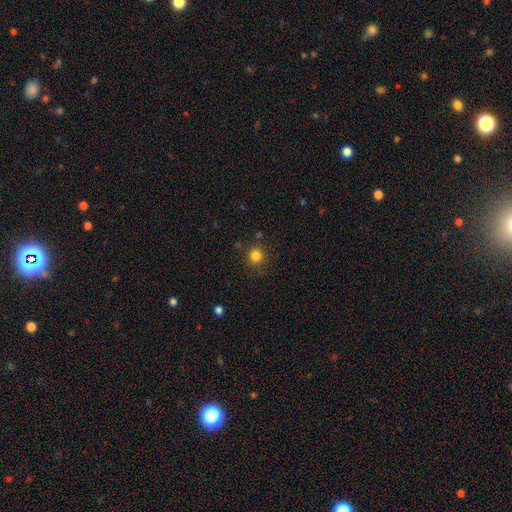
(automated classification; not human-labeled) This appears to be a smooth galaxy with no disk features (83%) that is round (91%). Merging: none (87%).